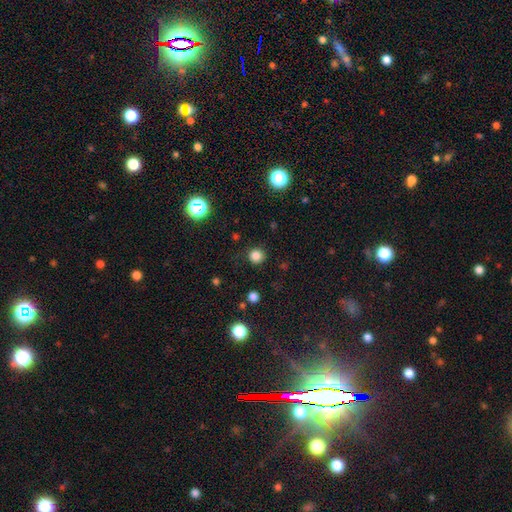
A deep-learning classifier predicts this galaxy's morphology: A smooth galaxy with no disk features (82%) that is round (94%).

Vote fractions:
- Smooth or featured? smooth: 82% / star or artifact: 14% / featured or disk: 3%
- How rounded? round: 94% / in between: 5% / cigar-shaped: 1%
- Merging? none: 88% / minor disturbance: 8% / major disturbance: 3% / merger: 1%